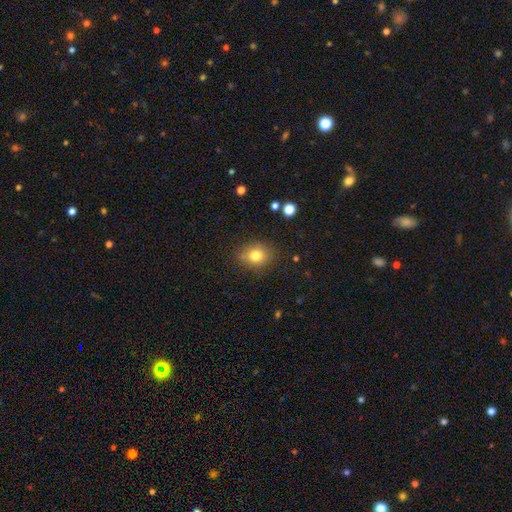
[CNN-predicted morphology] This is likely a smooth galaxy (79%). How rounded: likely round (69%). Merging: clearly none (80%).